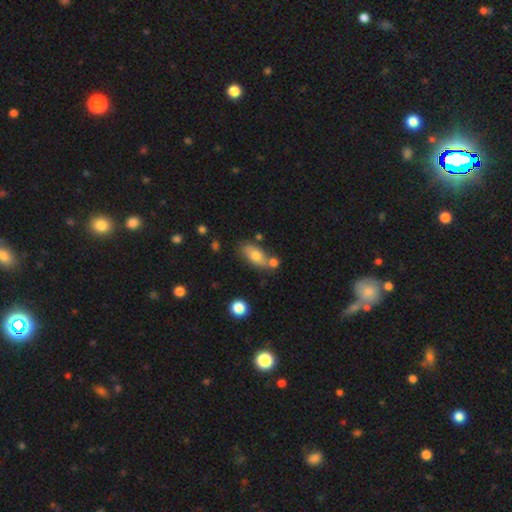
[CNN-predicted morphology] This appears to be a smooth galaxy with no disk features (69%) that is in between round and cigar-shaped (83%). Merging: none (57%).